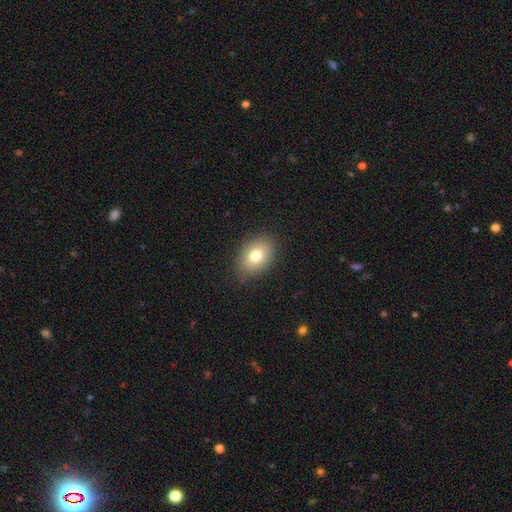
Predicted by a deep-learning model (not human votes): This is likely a smooth galaxy (77%). How rounded: likely in between (79%). Merging: clearly none (86%).